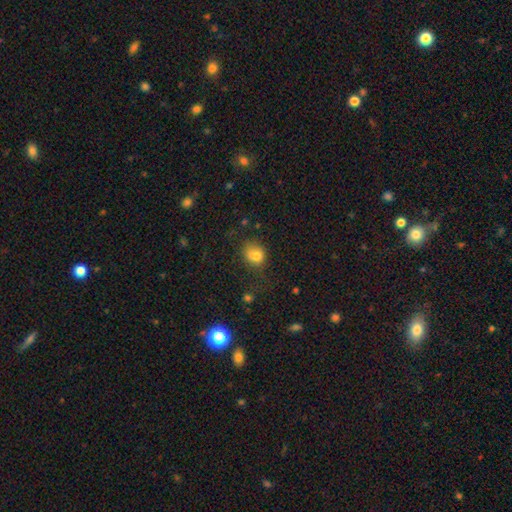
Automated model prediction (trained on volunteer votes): Smooth or featured: smooth — 75% (star or artifact — 13%)
How rounded: round — 59% (in between — 40%)
Merging: none — 51% (minor disturbance — 23%)